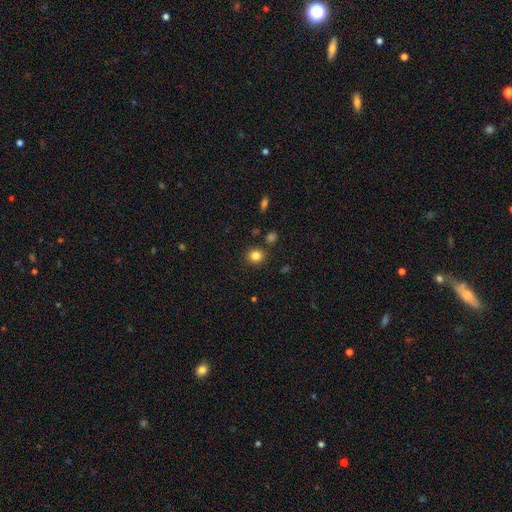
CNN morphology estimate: smooth 83%, star or artifact 12%, featured or disk 5%. Down the decision tree: how rounded — round (86%); merging — none (87%).